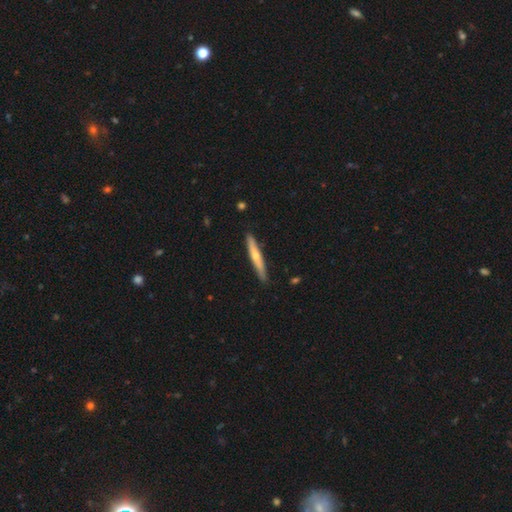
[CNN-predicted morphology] smooth-or-featured: smooth: 50% | featured or disk: 44% | star or artifact: 5%
  how-rounded: cigar-shaped: 94% | in between: 5% | round: 1%
  merging: none: 88% | minor disturbance: 9% | major disturbance: 2% | merger: 1%